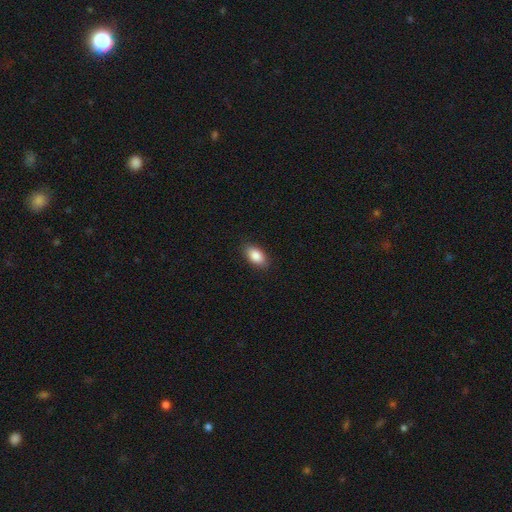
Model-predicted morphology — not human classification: smooth 88%, star or artifact 7%, featured or disk 5%. Down the decision tree: how rounded — in between (92%); merging — none (88%).